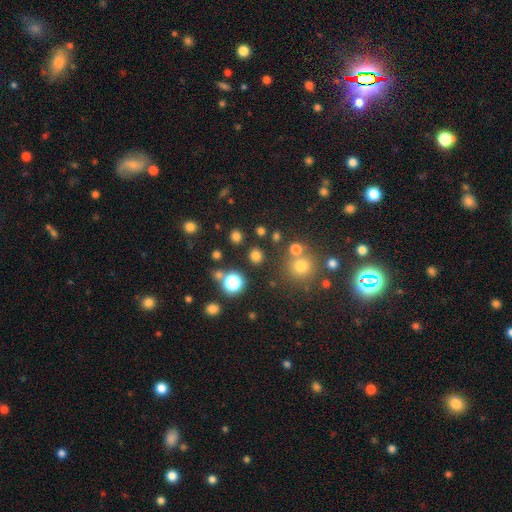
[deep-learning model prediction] Q: Smooth or featured?
A: smooth (74%); runner-up: star or artifact (21%)
Q: How rounded?
A: round (89%); runner-up: in between (10%)
Q: Merging?
A: none (84%); runner-up: minor disturbance (7%)